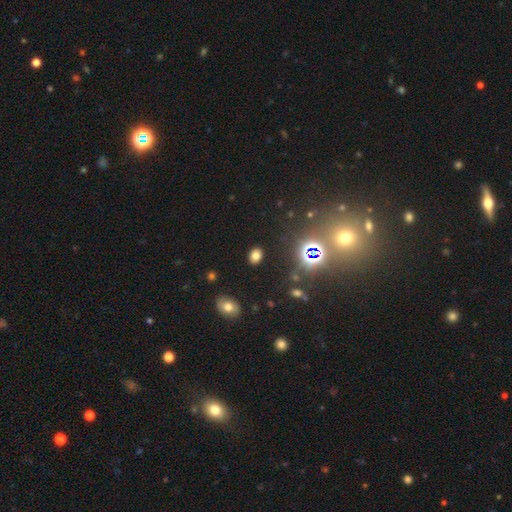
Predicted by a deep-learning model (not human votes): Morphology: type=smooth (70%); roundness=in between (74%); merging=none (87%).